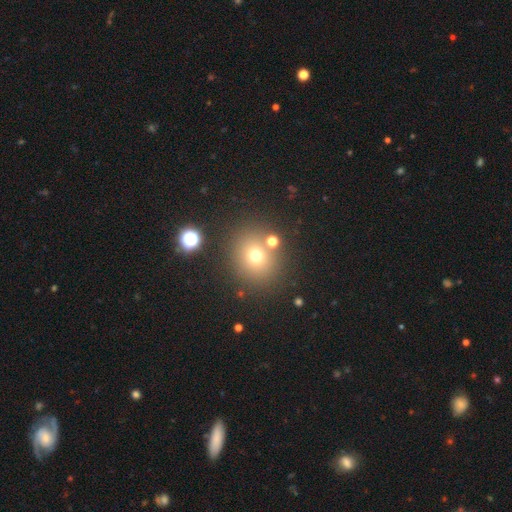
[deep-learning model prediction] Smooth or featured: smooth — 69% (star or artifact — 20%)
How rounded: round — 84% (in between — 15%)
Merging: none — 79% (merger — 9%)